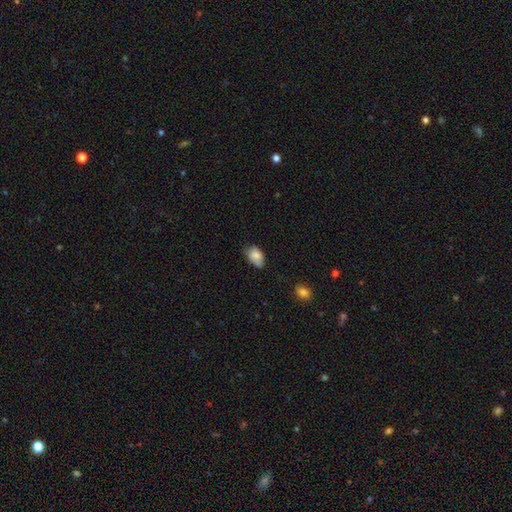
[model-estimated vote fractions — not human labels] This appears to be a smooth galaxy with no disk features (82%) that is in between round and cigar-shaped (88%). Merging: none (58%).